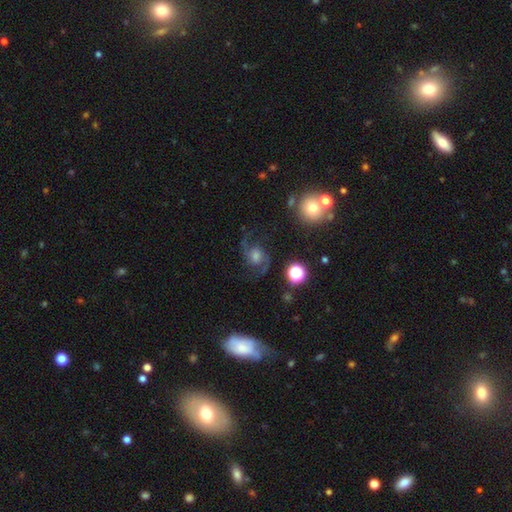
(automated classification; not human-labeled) A featured or disk galaxy (82%) with no bar (60%), 2 (92%) medium (49%) spiral arms (97%) and a moderate central bulge (45%). Merging: none (73%).